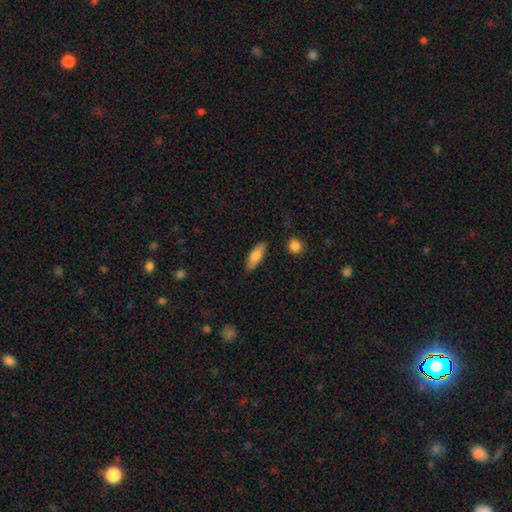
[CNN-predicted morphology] smooth_or_featured: smooth (p=0.78) [alt: featured or disk p=0.15]
how_rounded: in between (p=0.61) [alt: cigar-shaped p=0.37]
merging: none (p=0.84) [alt: minor disturbance p=0.11]